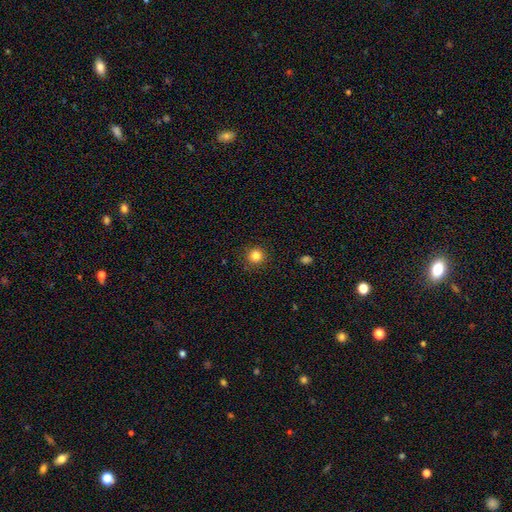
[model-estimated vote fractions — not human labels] Smooth or featured? smooth (83%)
How rounded? round (94%)
Merging? none (90%)